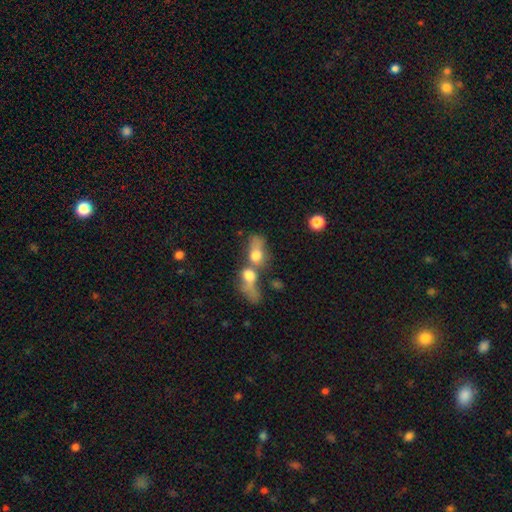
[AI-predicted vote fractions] A smooth galaxy with no disk features (63%) that is in between round and cigar-shaped (60%).

Vote fractions:
- Smooth or featured? smooth: 63% / featured or disk: 25% / star or artifact: 12%
- How rounded? in between: 60% / round: 33% / cigar-shaped: 7%
- Merging? merger: 72% / major disturbance: 12% / none: 11% / minor disturbance: 5%